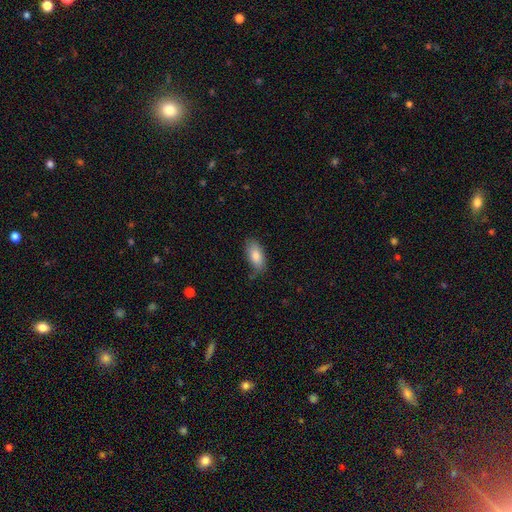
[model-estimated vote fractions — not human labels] Overall: smooth (83%). How rounded: in between (89%). Merging: none (71%).